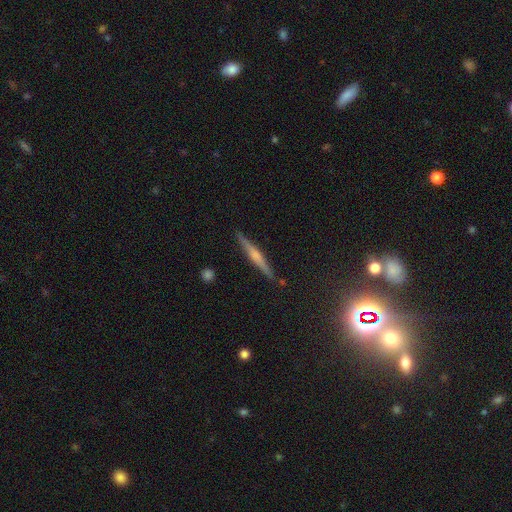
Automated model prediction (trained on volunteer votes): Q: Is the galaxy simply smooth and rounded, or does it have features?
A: featured or disk — 62%.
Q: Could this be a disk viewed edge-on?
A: yes — 98%.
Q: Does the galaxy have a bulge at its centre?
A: rounded — 64%.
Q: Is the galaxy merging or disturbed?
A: none — 90%.